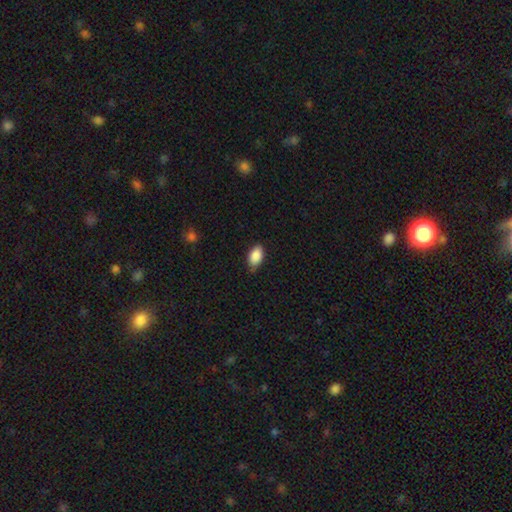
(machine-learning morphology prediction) smooth 88%, star or artifact 7%, featured or disk 5%. Down the decision tree: how rounded — in between (92%); merging — none (77%).